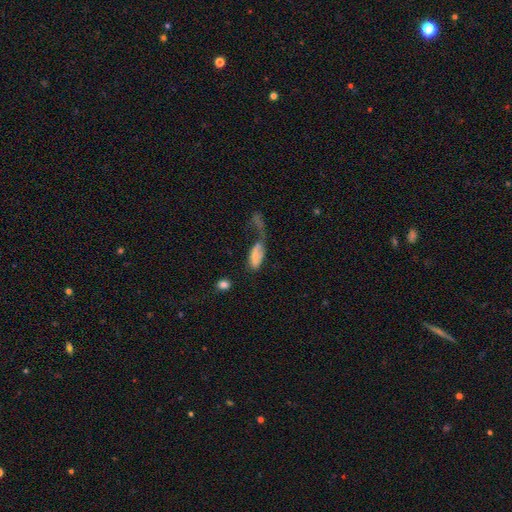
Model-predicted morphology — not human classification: The model was most divided on "smooth or featured": smooth: 58%, featured or disk: 34%, star or artifact: 8%. Remaining: how rounded — in between (85%); merging — major disturbance (48%).